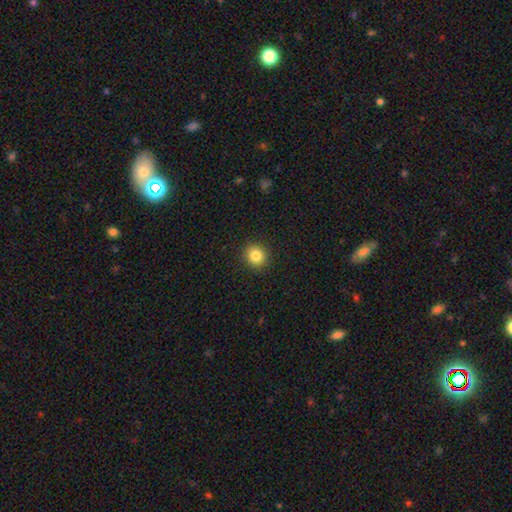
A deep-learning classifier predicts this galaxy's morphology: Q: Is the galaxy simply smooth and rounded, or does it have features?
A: smooth — 83%.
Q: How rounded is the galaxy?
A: round — 82%.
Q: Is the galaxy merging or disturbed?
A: none — 91%.